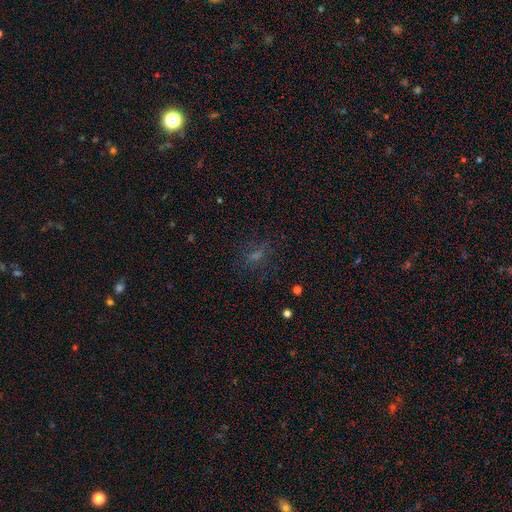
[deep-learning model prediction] Smooth or featured?
  - smooth: 42% *
  - star or artifact: 37%
  - featured or disk: 21%
Merging?
  - none: 73% *
  - minor disturbance: 15%
  - major disturbance: 10%
  - merger: 2%